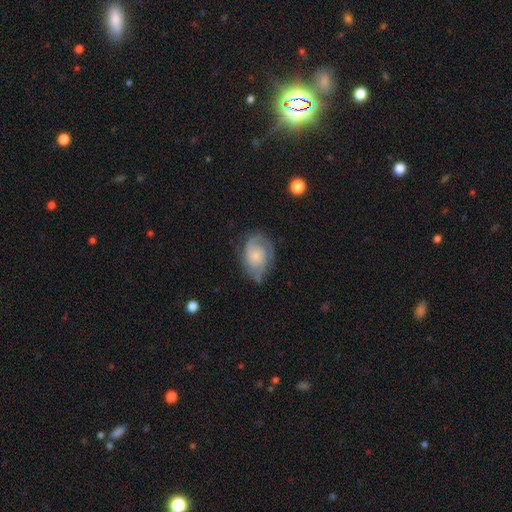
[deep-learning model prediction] Smooth or featured? featured or disk (71%)
Edge-on disk? no (97%)
Bar? no (76%)
Spiral arms? yes (91%)
Spiral winding? tight (50%)
Spiral arm count? 2 (49%)
Bulge size? small (64%)
Merging? none (62%)